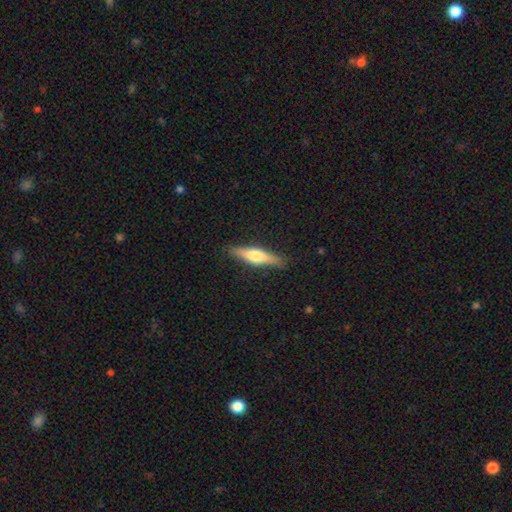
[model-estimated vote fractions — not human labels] smooth-or-featured: featured or disk: 51% | smooth: 43% | star or artifact: 6%
  disk-edge-on: yes: 95% | no: 5%
  merging: none: 87% | minor disturbance: 9% | major disturbance: 2% | merger: 1%